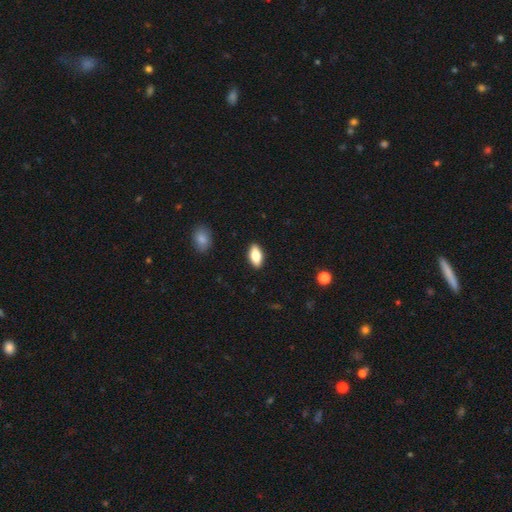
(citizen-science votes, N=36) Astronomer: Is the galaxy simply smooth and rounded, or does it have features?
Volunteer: smooth — 78%.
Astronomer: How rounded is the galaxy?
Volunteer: in between — 75%.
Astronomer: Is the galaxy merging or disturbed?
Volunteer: none — 94%.